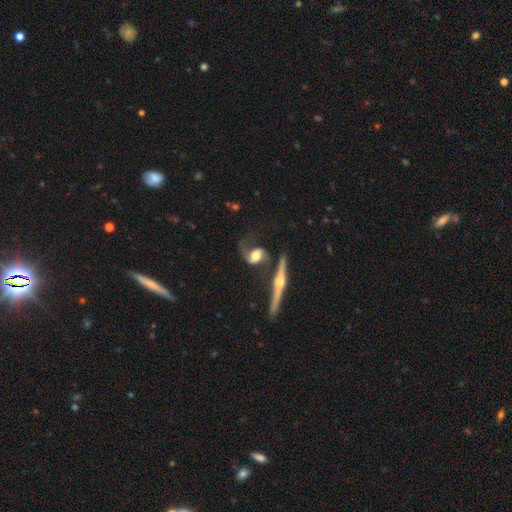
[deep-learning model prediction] smooth-or-featured: featured or disk: 86% | smooth: 9% | star or artifact: 5%
  disk-edge-on: no: 88% | yes: 12%
    bar: no: 45% | weak: 37% | strong: 18%
    has-spiral-arms: yes: 95% | no: 5%
      spiral-winding: loose: 58% | medium: 34% | tight: 8%
      spiral-arm-count: 2: 91% | 1: 4% | can't tell: 2% | 3: 1% | 4: 1% | more than 4: 1%
    bulge-size: moderate: 58% | large: 25% | small: 12% | dominant: 3% | none: 2%
  merging: none: 57% | minor disturbance: 17% | major disturbance: 14% | merger: 13%